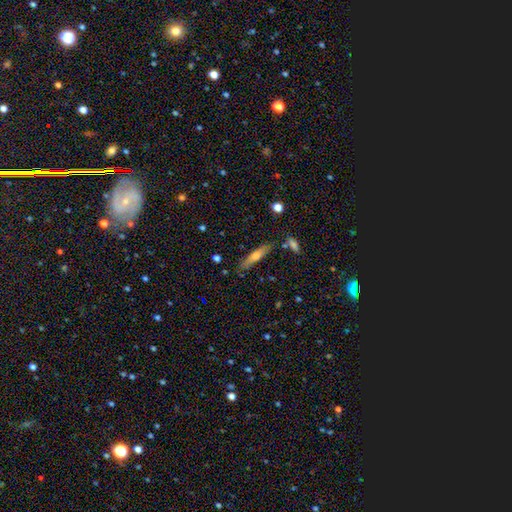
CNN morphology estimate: Smooth or featured? smooth (53%)
How rounded? cigar-shaped (82%)
Merging? none (78%)